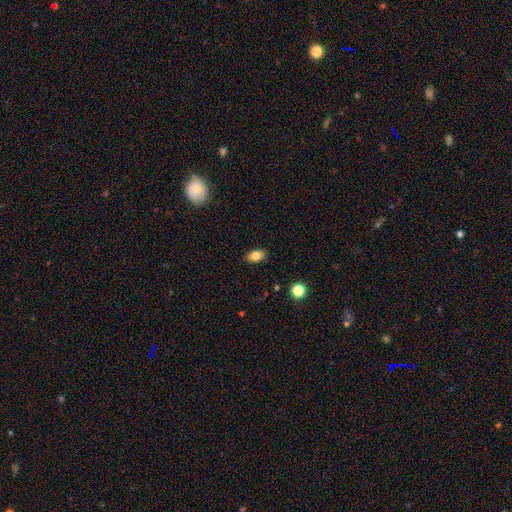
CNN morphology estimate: Overall: smooth (80%). How rounded: in between (86%). Merging: none (87%).